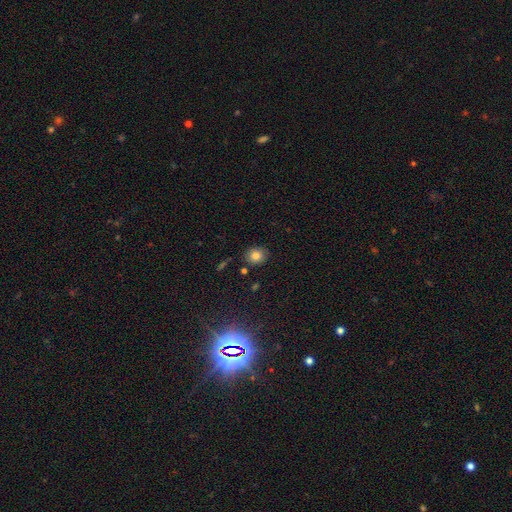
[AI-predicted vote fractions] A smooth galaxy with no disk features (81%) that is round (66%). Merging: none (84%).